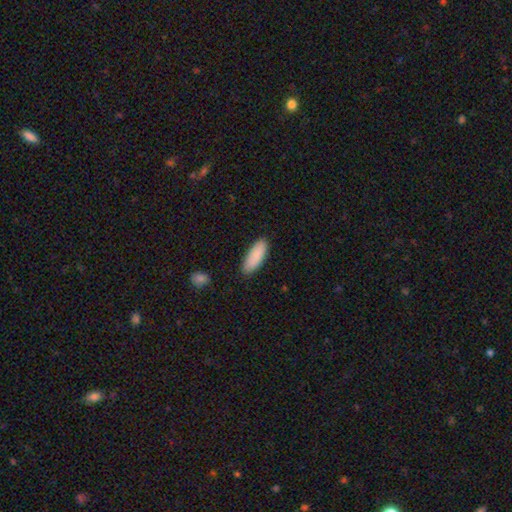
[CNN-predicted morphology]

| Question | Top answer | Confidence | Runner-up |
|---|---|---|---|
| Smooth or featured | smooth | 89% | star or artifact (6%) |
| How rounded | in between | 72% | cigar-shaped (26%) |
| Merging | none | 85% | minor disturbance (11%) |